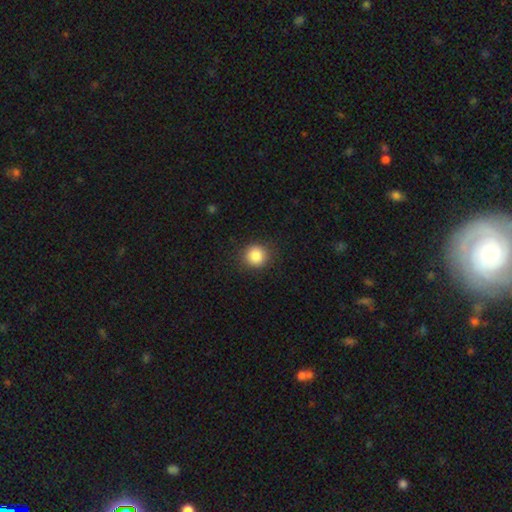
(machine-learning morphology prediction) This appears to be a smooth galaxy with no disk features (86%) that is round (92%). Merging: none (89%).